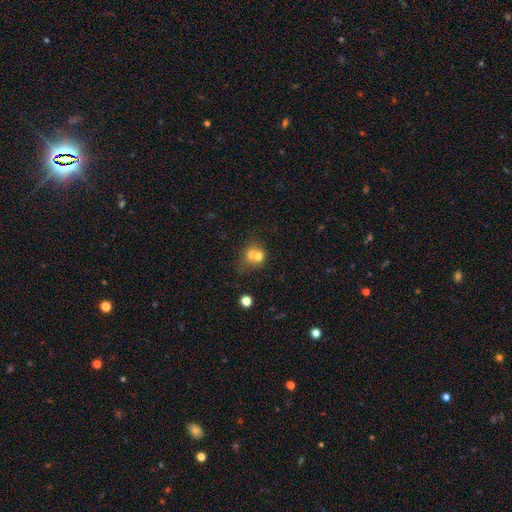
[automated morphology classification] smooth 66%, featured or disk 22%, star or artifact 13%. Down the decision tree: how rounded — round (72%); merging — merger (62%).